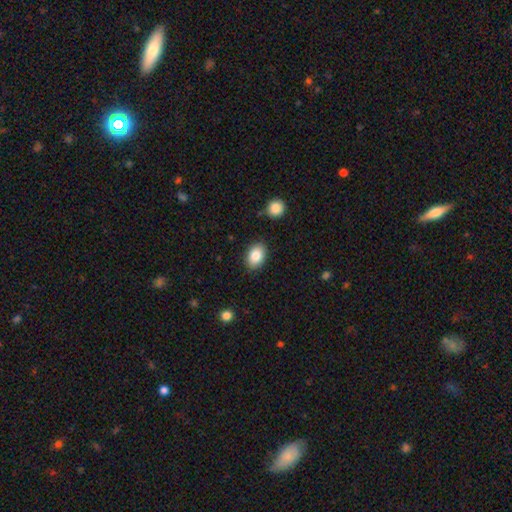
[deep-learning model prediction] This appears to be a smooth galaxy with no disk features (85%) that is in between round and cigar-shaped (83%). Merging: none (86%).